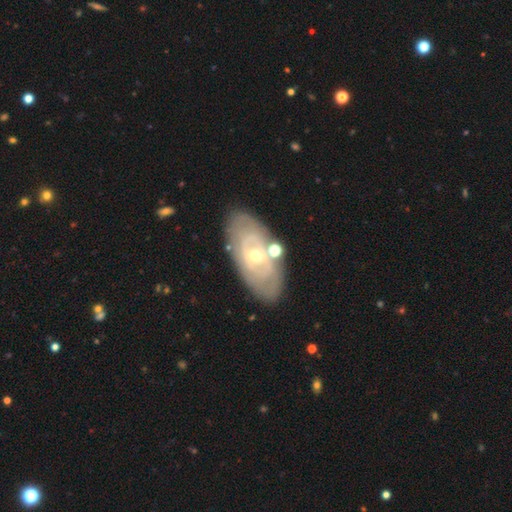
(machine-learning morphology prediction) This appears to be a featured or disk galaxy (75%) with no bar (66%), spiral arms (59%) and a small central bulge (52%). Merging: none (76%).